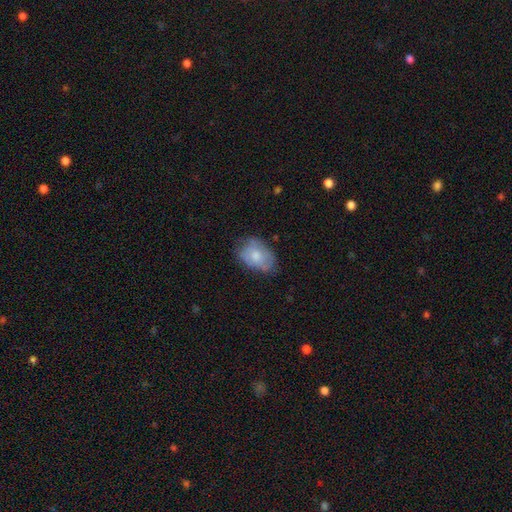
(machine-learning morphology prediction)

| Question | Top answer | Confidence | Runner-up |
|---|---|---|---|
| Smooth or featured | smooth | 63% | featured or disk (30%) |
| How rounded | in between | 84% | round (15%) |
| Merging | none | 61% | minor disturbance (29%) |